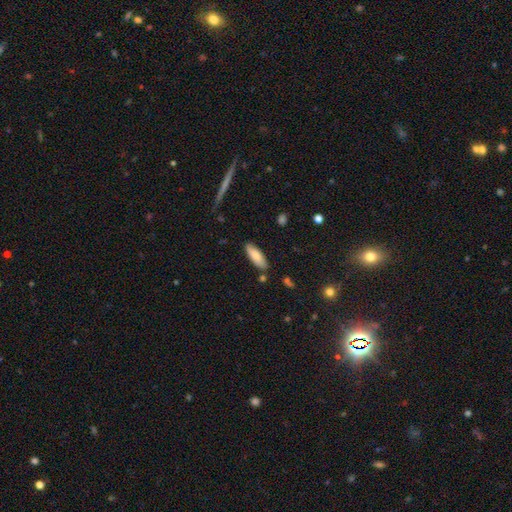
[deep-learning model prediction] This is clearly a smooth galaxy (80%). How rounded: likely in between (61%). Merging: clearly none (84%).